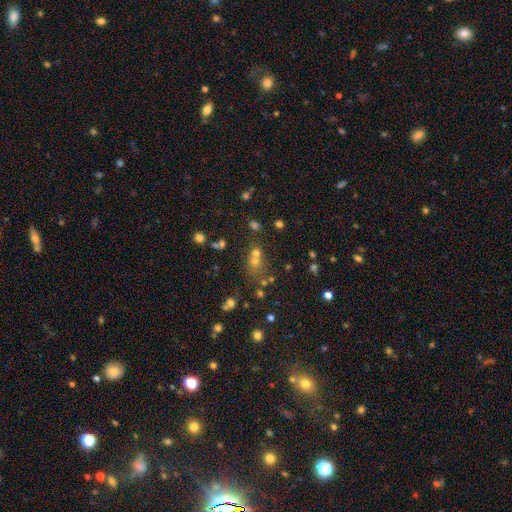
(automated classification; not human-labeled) smooth-or-featured: smooth: 46% | star or artifact: 40% | featured or disk: 13%
  merging: none: 52% | merger: 34% | minor disturbance: 9% | major disturbance: 5%